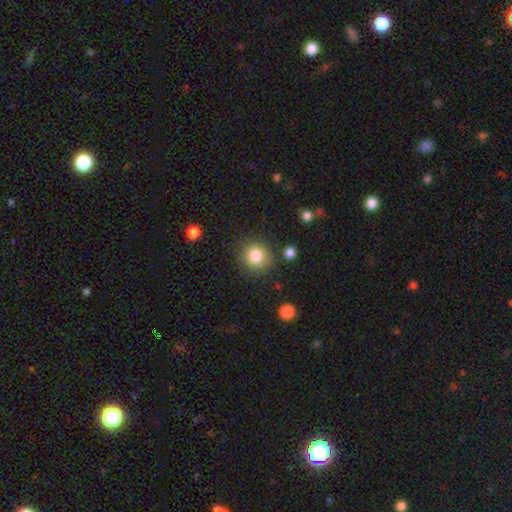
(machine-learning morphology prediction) Overall: smooth (84%). How rounded: round (90%). Merging: none (83%).